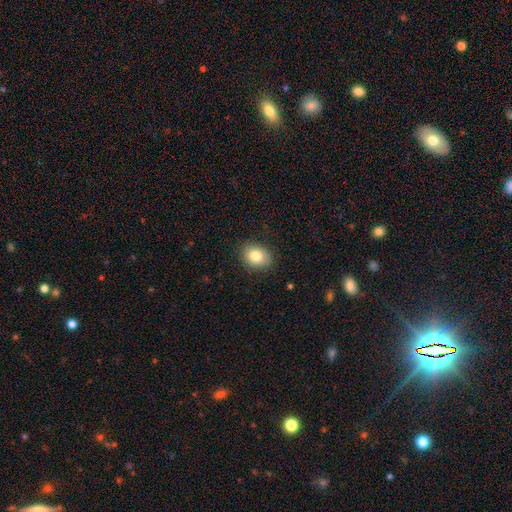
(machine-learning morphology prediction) A smooth galaxy with no disk features (81%) that is in between round and cigar-shaped (59%). Merging: none (84%).